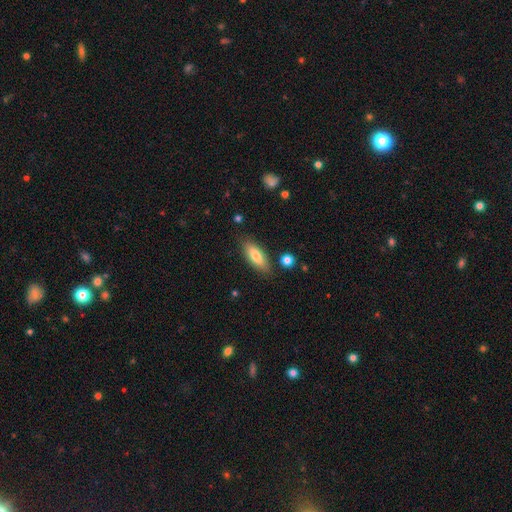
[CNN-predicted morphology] Smooth or featured: smooth — 76% (featured or disk — 17%)
How rounded: in between — 70% (cigar-shaped — 27%)
Merging: none — 83% (minor disturbance — 12%)